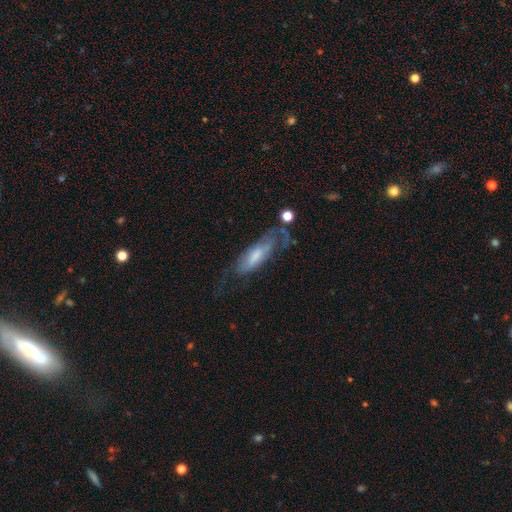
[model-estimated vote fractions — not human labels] Smooth or featured?
  - smooth: 47% *
  - featured or disk: 45%
  - star or artifact: 7%
Merging?
  - none: 37% *
  - major disturbance: 31%
  - minor disturbance: 27%
  - merger: 5%